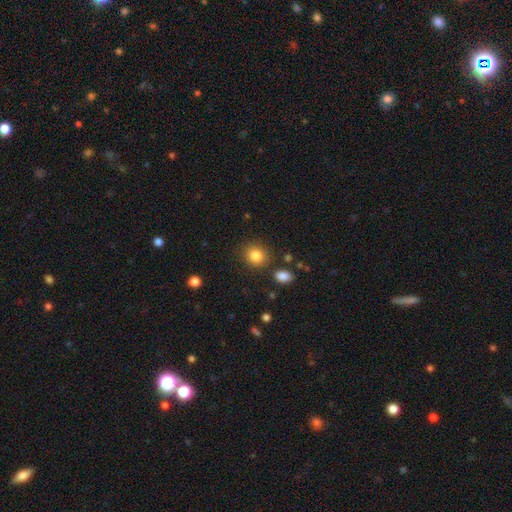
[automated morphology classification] type=smooth (85%); roundness=round (77%); merging=none (84%).